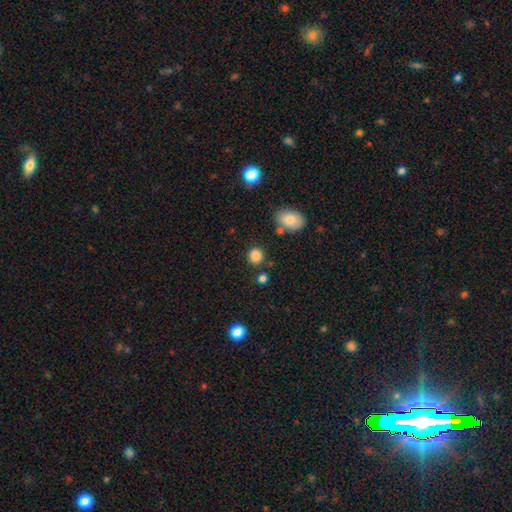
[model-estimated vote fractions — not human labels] Smooth or featured? smooth (85%)
How rounded? round (77%)
Merging? none (81%)